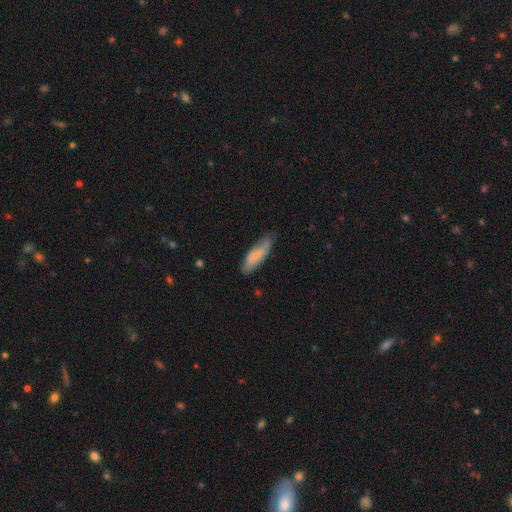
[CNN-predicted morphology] smooth-or-featured: smooth: 76% | featured or disk: 18% | star or artifact: 6%
  how-rounded: cigar-shaped: 50% | in between: 48% | round: 1%
  merging: none: 66% | minor disturbance: 27% | major disturbance: 5% | merger: 2%